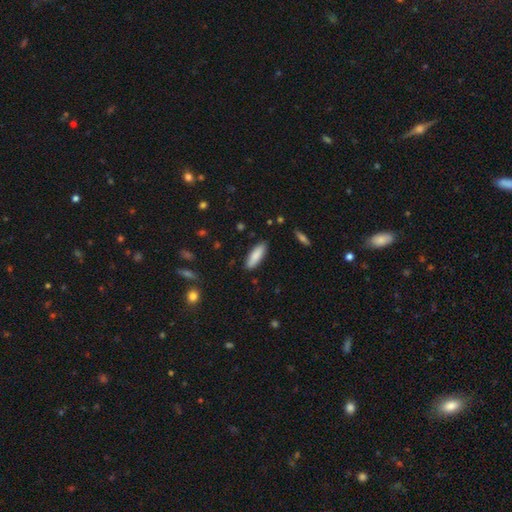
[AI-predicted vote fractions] This is clearly a smooth galaxy (86%). How rounded: possibly in between (51%). Merging: clearly none (87%).